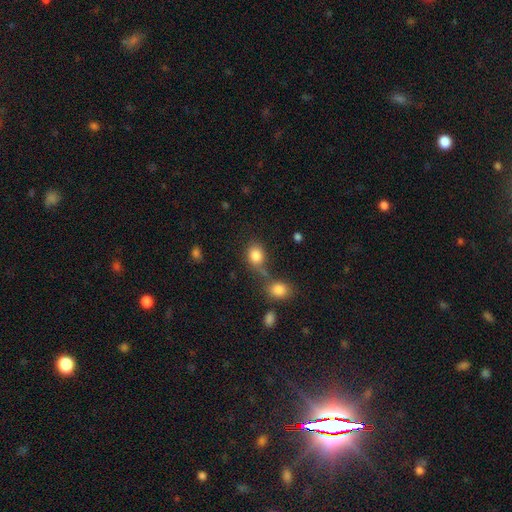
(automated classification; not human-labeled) smooth_or_featured: smooth (p=0.84) [alt: star or artifact p=0.10]
how_rounded: round (p=0.50) [alt: in between p=0.49]
merging: none (p=0.52) [alt: merger p=0.26]